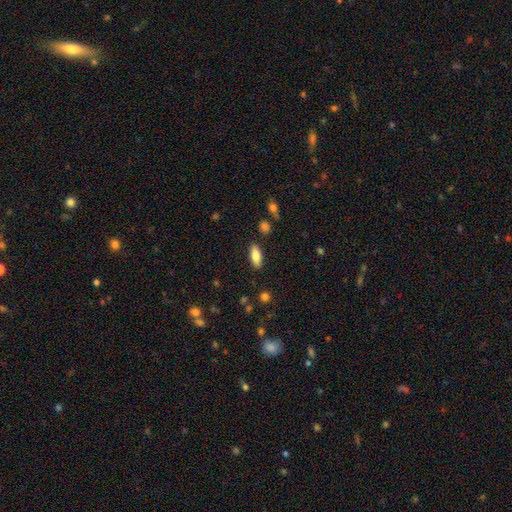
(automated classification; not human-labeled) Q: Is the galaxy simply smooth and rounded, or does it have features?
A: smooth — 79%.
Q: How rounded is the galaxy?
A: in between — 75%.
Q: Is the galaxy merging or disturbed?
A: none — 87%.